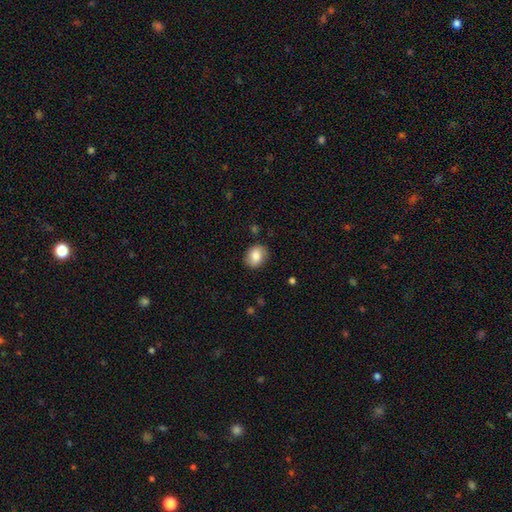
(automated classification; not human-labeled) A smooth galaxy with no disk features (82%) that is round (52%). Merging: none (83%).